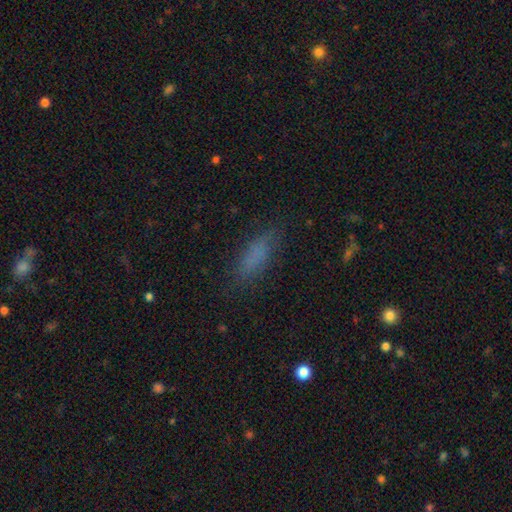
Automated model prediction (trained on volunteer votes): smooth_or_featured: smooth (p=0.76) [alt: star or artifact p=0.13]
how_rounded: in between (p=0.53) [alt: cigar-shaped p=0.44]
merging: none (p=0.79) [alt: minor disturbance p=0.14]